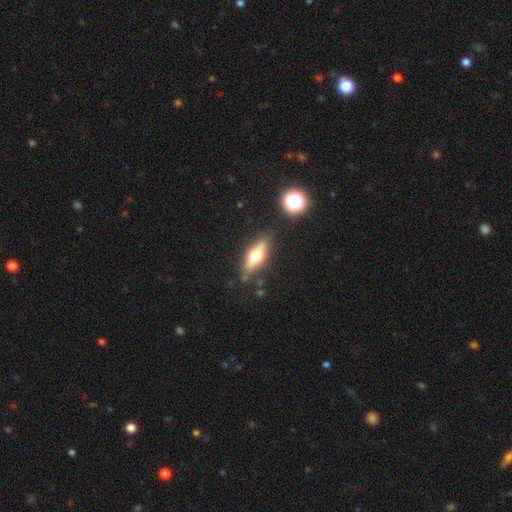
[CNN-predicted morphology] Q: Smooth or featured?
A: smooth (50%); runner-up: featured or disk (42%)
Q: Merging?
A: none (82%); runner-up: minor disturbance (12%)